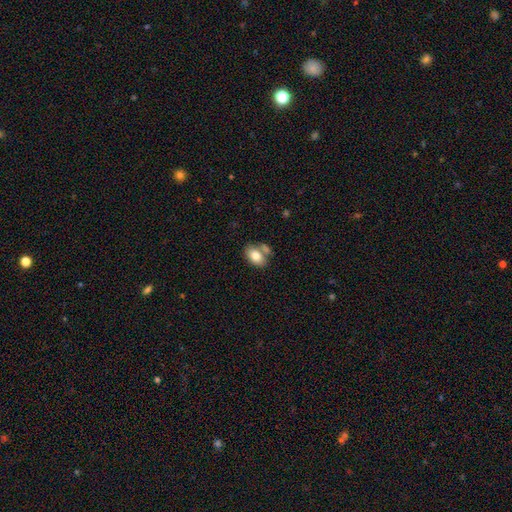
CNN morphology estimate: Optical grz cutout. It shows a smooth galaxy with no disk features (78%) that is in between round and cigar-shaped (86%). Merging: none (54%).